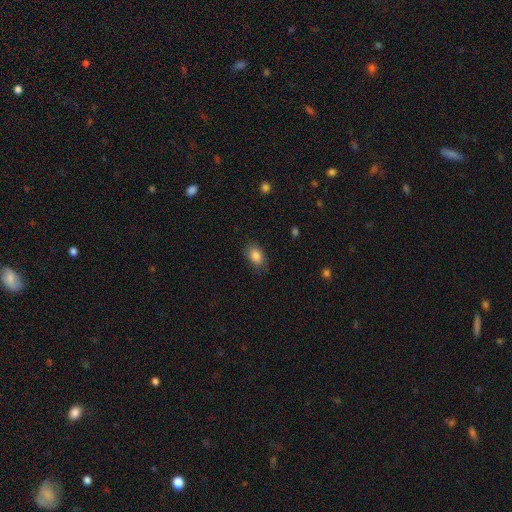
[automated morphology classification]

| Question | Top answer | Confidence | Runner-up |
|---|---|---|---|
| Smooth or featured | smooth | 86% | star or artifact (8%) |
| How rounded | in between | 85% | round (13%) |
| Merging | none | 81% | minor disturbance (14%) |